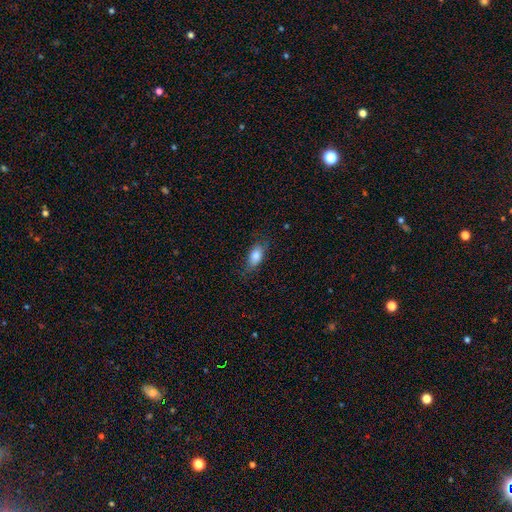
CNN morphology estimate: smooth_or_featured: smooth (p=0.81) [alt: featured or disk p=0.12]
how_rounded: in between (p=0.86) [alt: cigar-shaped p=0.09]
merging: none (p=0.72) [alt: minor disturbance p=0.20]